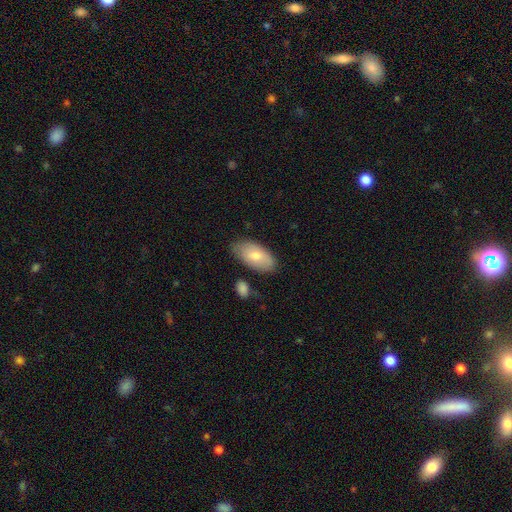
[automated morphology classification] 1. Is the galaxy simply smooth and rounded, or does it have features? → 74% smooth, 20% featured or disk, 6% star or artifact.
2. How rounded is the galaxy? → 94% in between, 3% round, 3% cigar-shaped.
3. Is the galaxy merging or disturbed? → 76% none, 17% minor disturbance, 4% merger, 4% major disturbance.